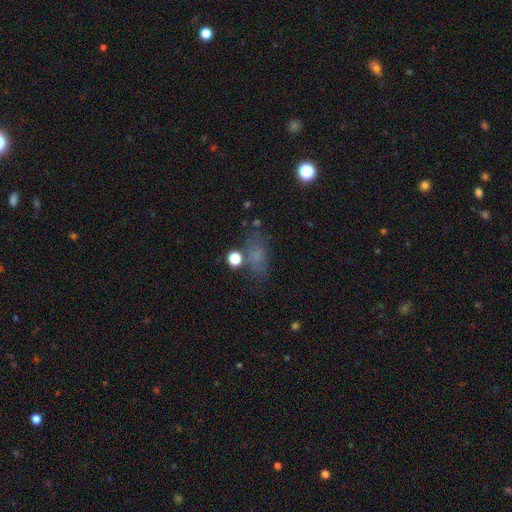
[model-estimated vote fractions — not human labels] Smooth or featured? smooth (61%)
How rounded? in between (76%)
Merging? none (58%)